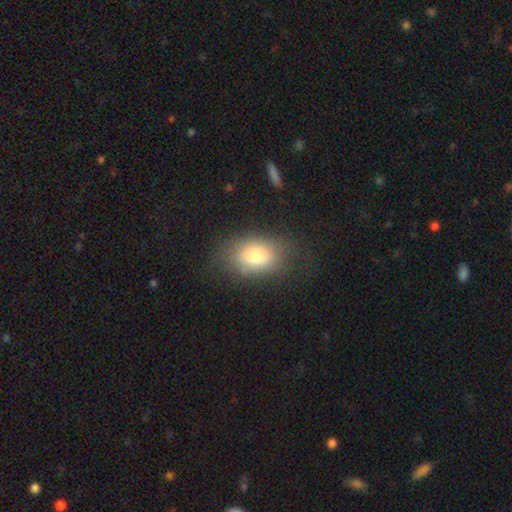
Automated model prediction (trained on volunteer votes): A smooth galaxy with no disk features (78%) that is in between round and cigar-shaped (84%).

Vote fractions:
- Smooth or featured? smooth: 78% / featured or disk: 13% / star or artifact: 9%
- How rounded? in between: 84% / round: 14% / cigar-shaped: 2%
- Merging? none: 71% / minor disturbance: 19% / major disturbance: 8% / merger: 2%